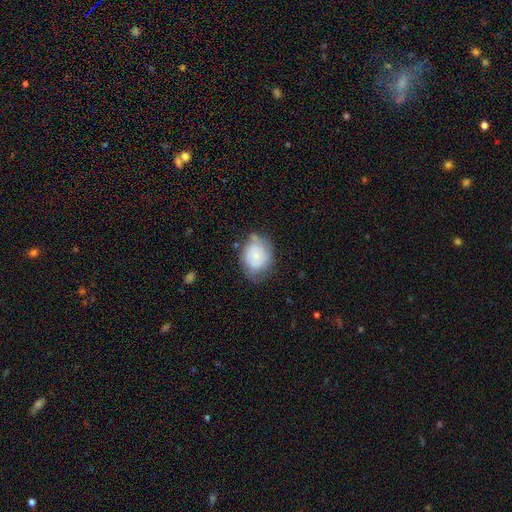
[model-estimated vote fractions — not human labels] Q: Smooth or featured?
A: smooth (49%); runner-up: featured or disk (43%)
Q: Merging?
A: none (56%); runner-up: minor disturbance (30%)